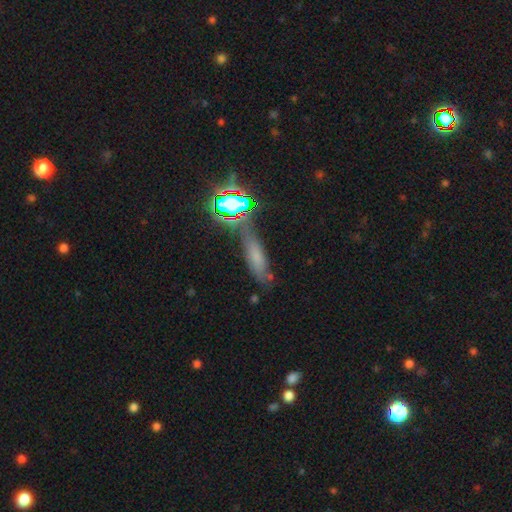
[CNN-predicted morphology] type=smooth (54%); roundness=cigar-shaped (63%); merging=none (62%).